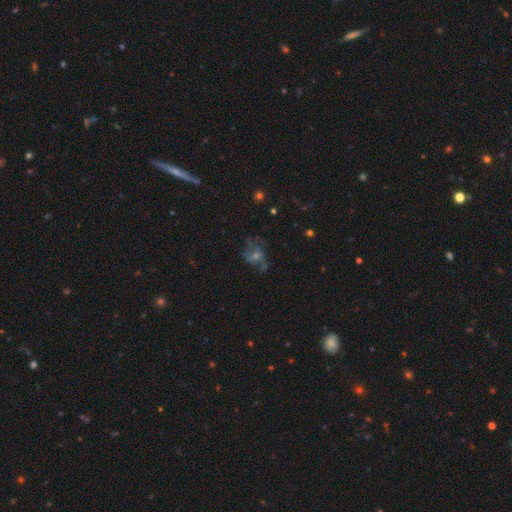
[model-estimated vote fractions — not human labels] A featured or disk galaxy (49%).

Vote fractions:
- Smooth or featured? featured or disk: 49% / star or artifact: 27% / smooth: 24%
- Merging? none: 54% / major disturbance: 23% / minor disturbance: 18% / merger: 5%